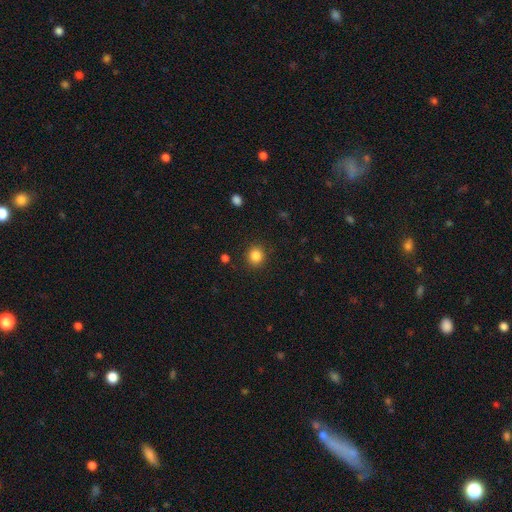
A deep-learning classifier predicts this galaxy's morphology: smooth-or-featured: smooth: 85% | star or artifact: 11% | featured or disk: 4%
  how-rounded: round: 90% | in between: 10% | cigar-shaped: 1%
  merging: none: 90% | minor disturbance: 6% | major disturbance: 2% | merger: 1%